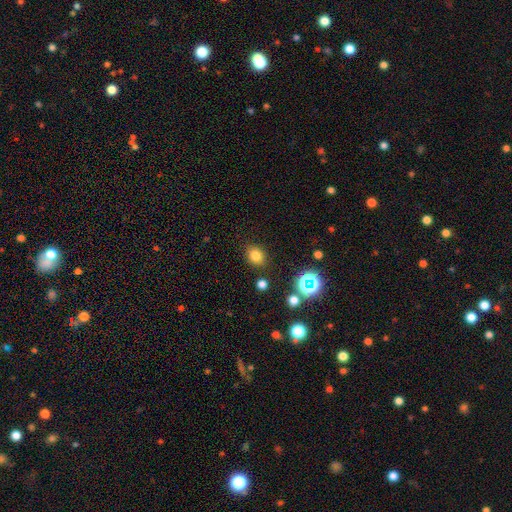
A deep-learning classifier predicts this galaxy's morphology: smooth 77%, star or artifact 17%, featured or disk 6%. Down the decision tree: how rounded — round (56%); merging — none (85%).